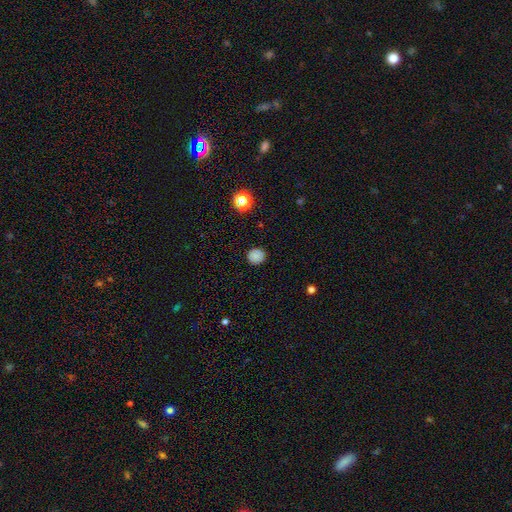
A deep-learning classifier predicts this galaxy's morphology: A smooth galaxy with no disk features (82%) that is round (86%). Merging: none (88%).